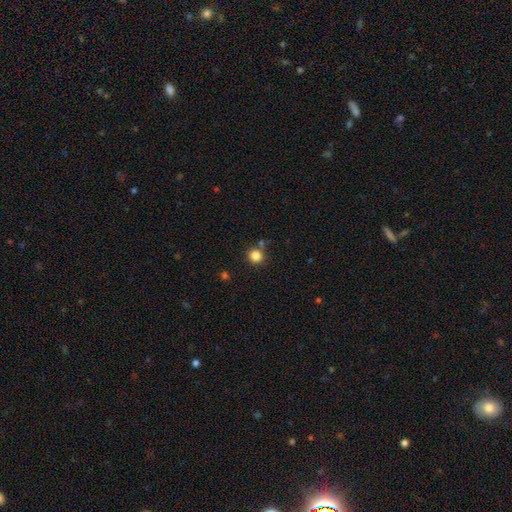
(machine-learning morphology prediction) A smooth galaxy with no disk features (84%) that is round (92%).

Vote fractions:
- Smooth or featured? smooth: 84% / star or artifact: 12% / featured or disk: 4%
- How rounded? round: 92% / in between: 7% / cigar-shaped: 1%
- Merging? none: 79% / merger: 9% / minor disturbance: 9% / major disturbance: 3%